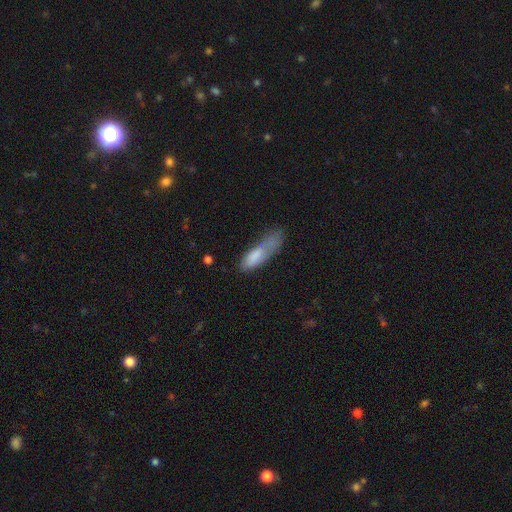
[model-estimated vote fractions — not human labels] Smooth or featured: smooth — 75% (featured or disk — 18%)
How rounded: cigar-shaped — 51% (in between — 48%)
Merging: minor disturbance — 31% (major disturbance — 30%)